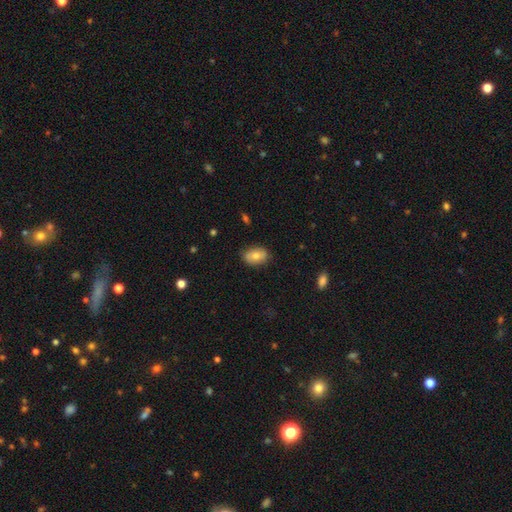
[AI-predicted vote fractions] Smooth or featured?
  - smooth: 76% *
  - featured or disk: 17%
  - star or artifact: 7%
How rounded?
  - in between: 87% *
  - round: 11%
  - cigar-shaped: 2%
Merging?
  - none: 83% *
  - minor disturbance: 13%
  - major disturbance: 3%
  - merger: 1%